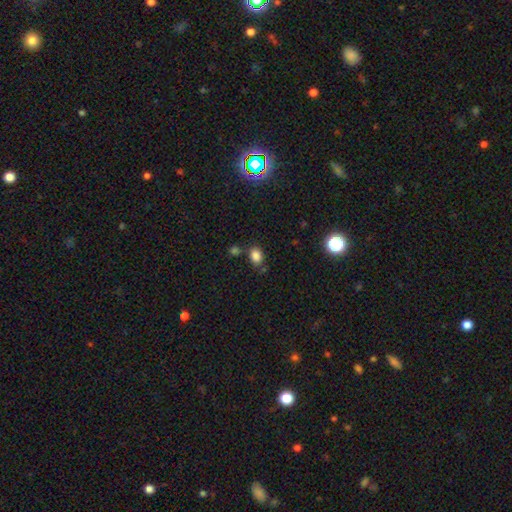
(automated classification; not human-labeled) A smooth galaxy with no disk features (83%) that is in between round and cigar-shaped (65%). Merging: none (69%).